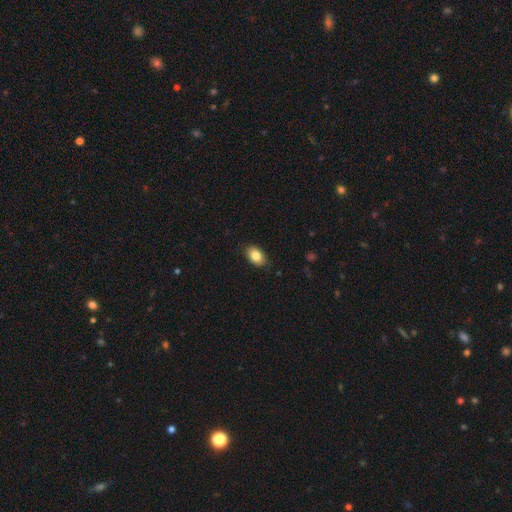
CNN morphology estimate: smooth_or_featured: smooth (p=0.84) [alt: featured or disk p=0.08]
how_rounded: in between (p=0.86) [alt: round p=0.12]
merging: none (p=0.85) [alt: minor disturbance p=0.12]